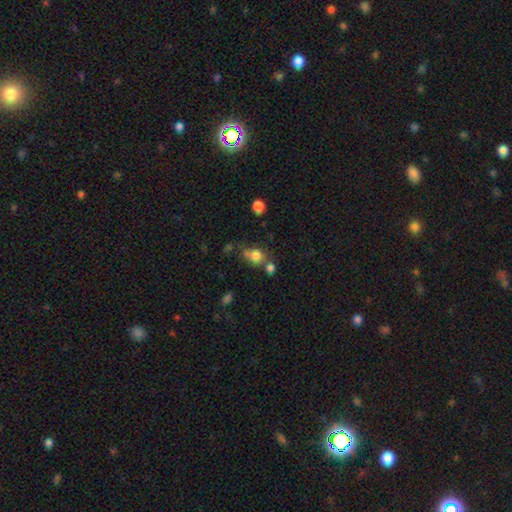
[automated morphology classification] Q: Smooth or featured?
A: smooth (79%); runner-up: star or artifact (12%)
Q: How rounded?
A: round (73%); runner-up: in between (26%)
Q: Merging?
A: none (47%); runner-up: merger (30%)